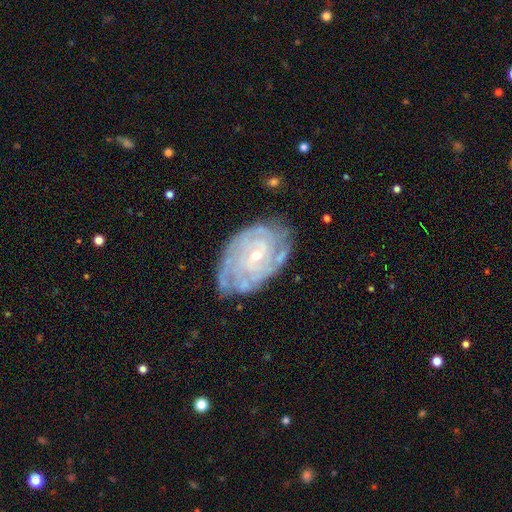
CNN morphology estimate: Overall: featured or disk (84%). Edge-on disk: no (96%). Bar: no (61%; weak 31%). Spiral arms: yes (92%). Spiral arm count: can't tell (42%; 2 15%). Spiral winding: tight (75%). Bulge size: small (75%). Merging: none (69%).